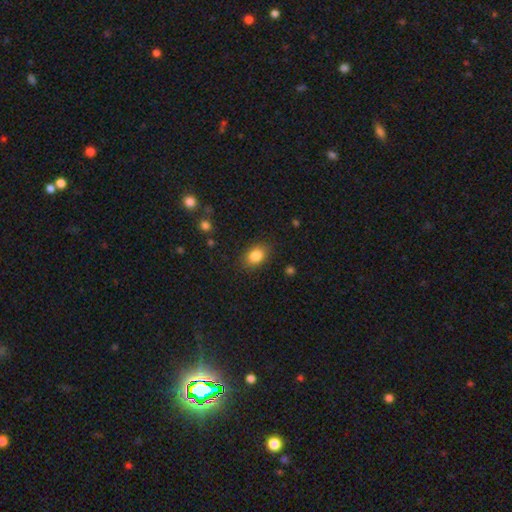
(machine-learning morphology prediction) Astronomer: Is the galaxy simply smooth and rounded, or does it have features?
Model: smooth — 84%.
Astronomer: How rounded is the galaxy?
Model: in between — 72%.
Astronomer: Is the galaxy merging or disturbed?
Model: none — 85%.